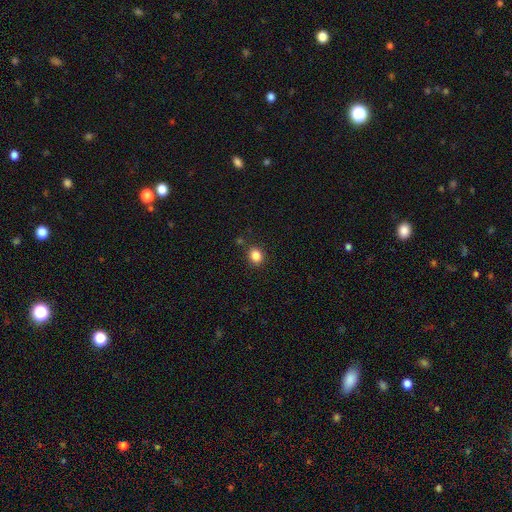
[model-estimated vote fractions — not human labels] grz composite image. It shows a smooth galaxy with no disk features (85%) that is round (60%). Merging: none (86%).